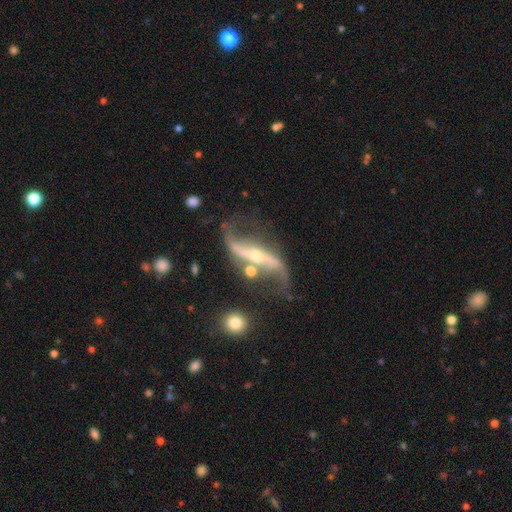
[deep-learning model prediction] A featured or disk galaxy (91%) with a strong bar (51%), 2 (93%) loose (89%) spiral arms (96%) and a small central bulge (58%).

Vote fractions:
- Smooth or featured? featured or disk: 91% / star or artifact: 5% / smooth: 4%
- Edge-on disk? no: 88% / yes: 12%
- Bar? strong: 51% / no: 27% / weak: 22%
- Spiral arms? yes: 96% / no: 4%
- Spiral winding? loose: 89% / medium: 8% / tight: 3%
- Spiral arm count? 2: 93% / 1: 3% / can't tell: 2% / 3: 1% / 4: 1% / more than 4: 1%
- Bulge size? small: 58% / moderate: 37% / large: 2% / none: 2% / dominant: 1%
- Merging? none: 60% / minor disturbance: 18% / major disturbance: 13% / merger: 8%